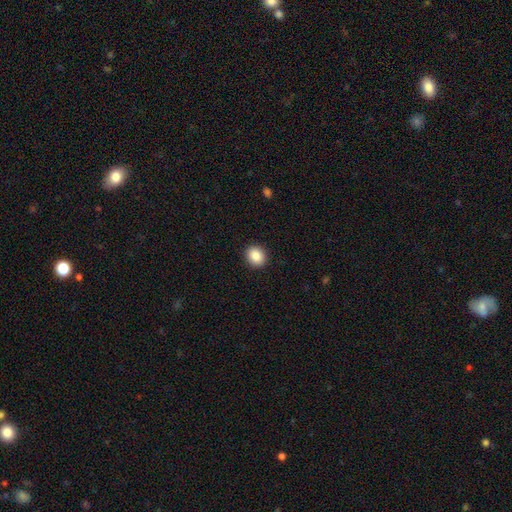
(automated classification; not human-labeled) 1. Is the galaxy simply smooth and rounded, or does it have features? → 88% smooth, 9% star or artifact, 4% featured or disk.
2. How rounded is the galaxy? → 71% round, 28% in between, 1% cigar-shaped.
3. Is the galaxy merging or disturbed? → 91% none, 6% minor disturbance, 2% major disturbance, 1% merger.